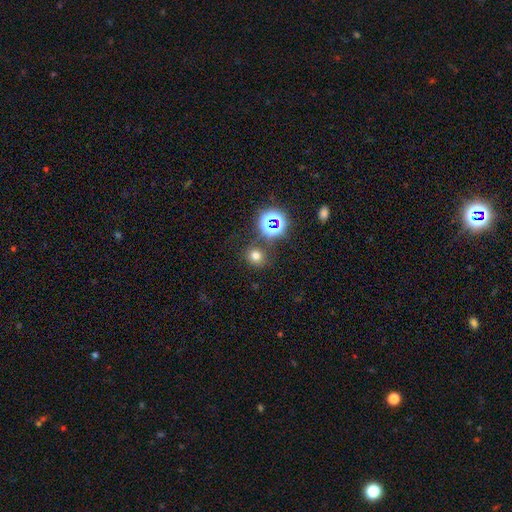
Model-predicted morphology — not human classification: The model was most divided on "smooth or featured": smooth: 68%, star or artifact: 24%, featured or disk: 8%. More confident: how rounded — round (82%); merging — none (79%).